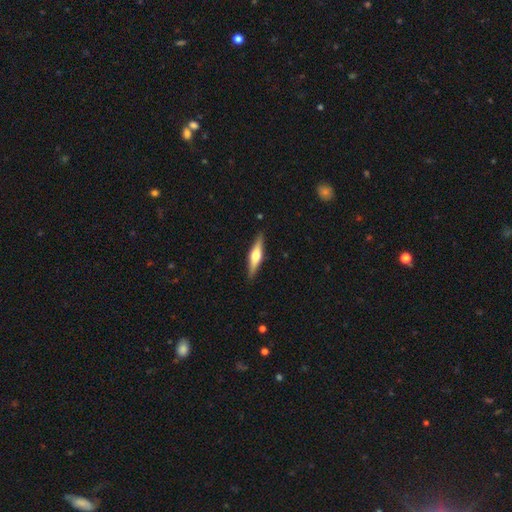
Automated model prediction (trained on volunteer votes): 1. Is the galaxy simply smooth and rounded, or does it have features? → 62% featured or disk, 33% smooth, 5% star or artifact.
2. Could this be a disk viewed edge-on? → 96% yes, 4% no.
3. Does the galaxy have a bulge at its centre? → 93% rounded, 5% boxy, 3% none.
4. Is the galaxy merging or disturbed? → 90% none, 7% minor disturbance, 2% major disturbance, 1% merger.